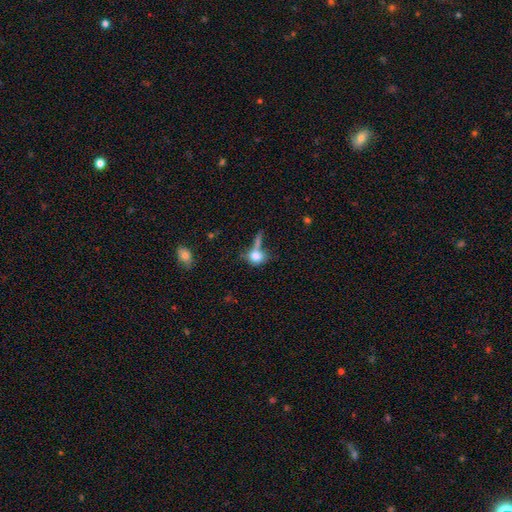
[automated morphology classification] A smooth galaxy with no disk features (75%) that is round (54%).

Vote fractions:
- Smooth or featured? smooth: 75% / featured or disk: 15% / star or artifact: 10%
- How rounded? round: 54% / in between: 41% / cigar-shaped: 5%
- Merging? none: 39% / merger: 29% / minor disturbance: 16% / major disturbance: 16%